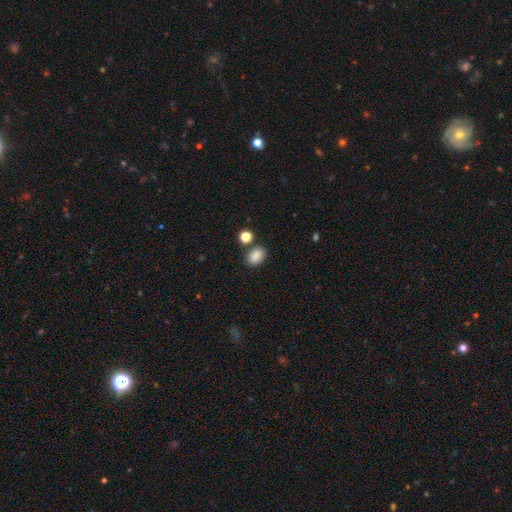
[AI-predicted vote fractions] Morphology: type=smooth (86%); roundness=in between (77%); merging=none (77%).